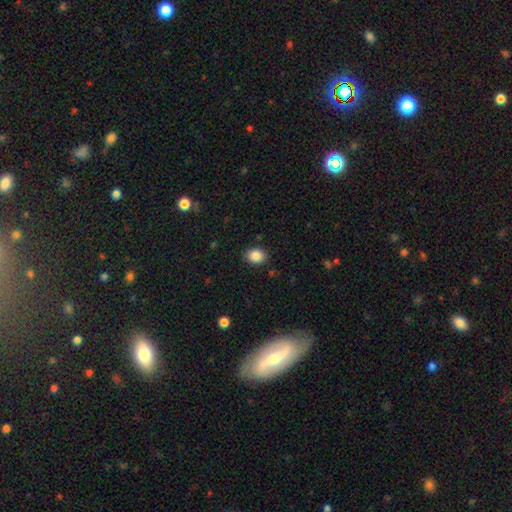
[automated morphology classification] This is clearly a smooth galaxy (87%). How rounded: possibly in between (53%). Merging: clearly none (87%).